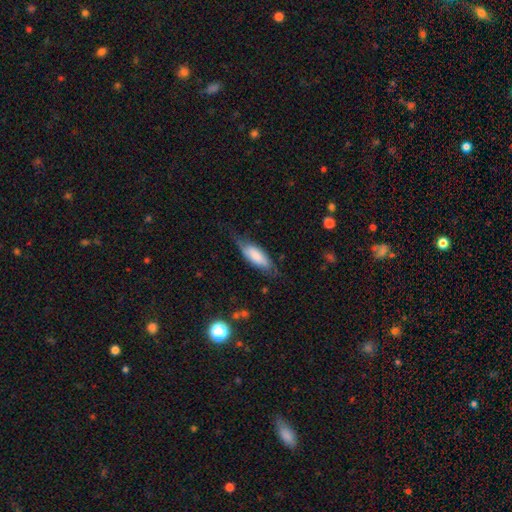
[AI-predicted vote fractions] The model was most divided on "merging": none: 57%, minor disturbance: 29%, major disturbance: 12%, merger: 2%. More confident: smooth or featured — smooth (71%); how rounded — in between (69%).